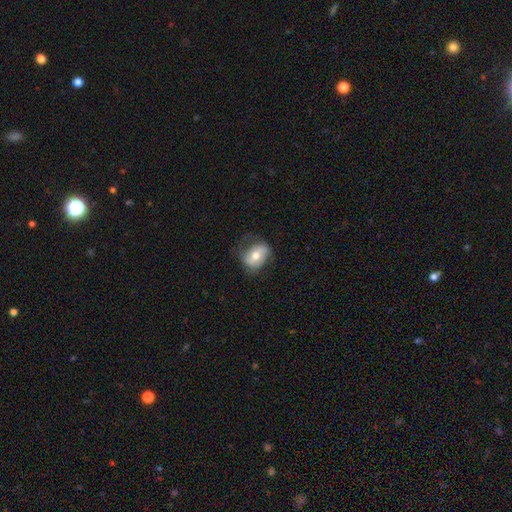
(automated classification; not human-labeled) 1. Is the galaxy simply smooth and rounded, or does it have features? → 56% smooth, 37% featured or disk, 7% star or artifact.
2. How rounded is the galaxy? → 65% in between, 34% round, 1% cigar-shaped.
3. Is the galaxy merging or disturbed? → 58% none, 27% minor disturbance, 14% major disturbance, 1% merger.